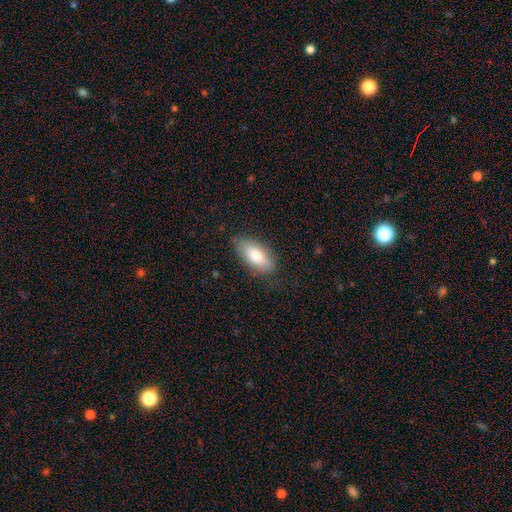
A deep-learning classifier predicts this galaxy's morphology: Q: Smooth or featured?
A: smooth (78%); runner-up: featured or disk (16%)
Q: How rounded?
A: in between (85%); runner-up: cigar-shaped (12%)
Q: Merging?
A: none (77%); runner-up: minor disturbance (19%)